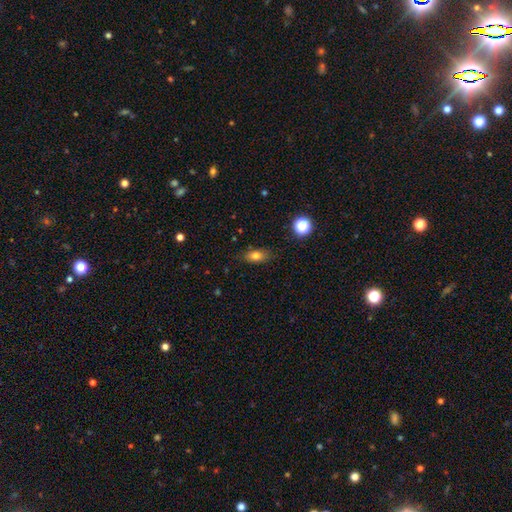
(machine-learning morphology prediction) type=smooth (78%); roundness=in between (80%); merging=none (82%).